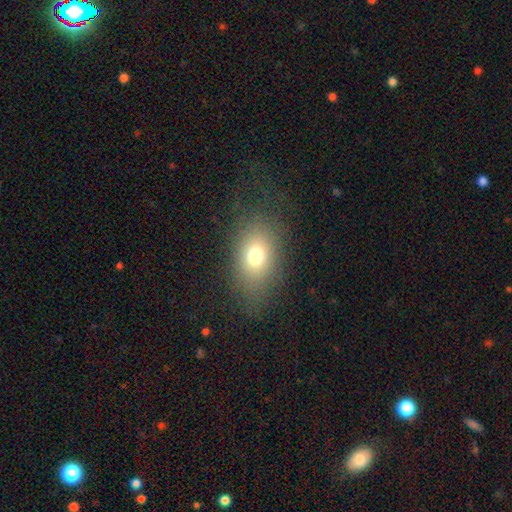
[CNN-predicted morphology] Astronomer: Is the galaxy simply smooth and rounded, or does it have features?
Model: smooth — 72%.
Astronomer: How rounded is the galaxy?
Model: in between — 72%.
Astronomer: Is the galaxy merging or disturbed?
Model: none — 76%.